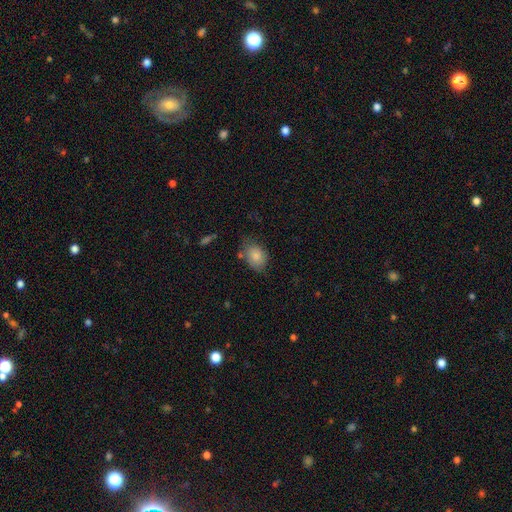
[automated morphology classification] Overall: smooth (82%). How rounded: in between (77%). Merging: none (63%; minor disturbance 26%).